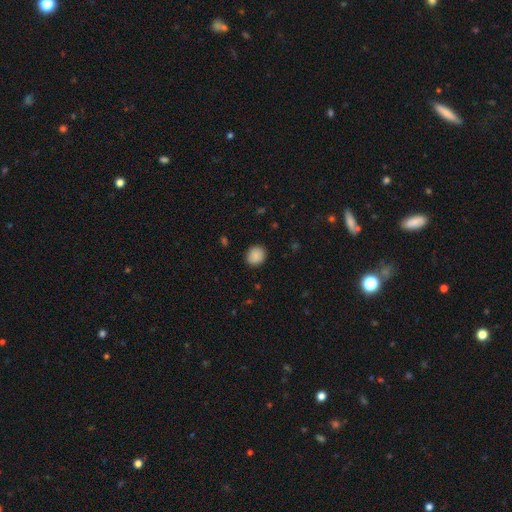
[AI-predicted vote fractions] Smooth or featured? smooth (88%)
How rounded? round (79%)
Merging? none (88%)